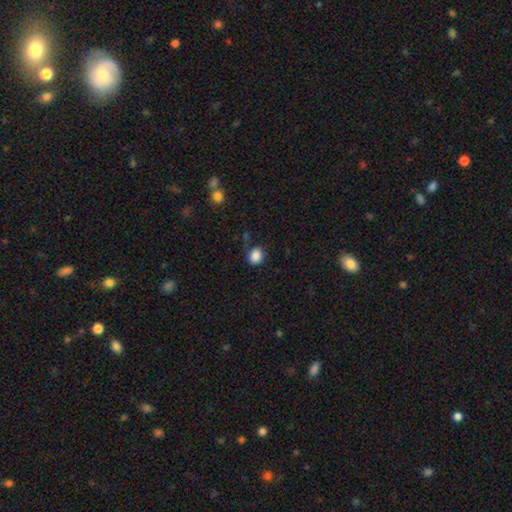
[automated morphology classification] A smooth galaxy with no disk features (87%) that is round (66%).

Vote fractions:
- Smooth or featured? smooth: 87% / star or artifact: 10% / featured or disk: 3%
- How rounded? round: 66% / in between: 33% / cigar-shaped: 1%
- Merging? none: 78% / minor disturbance: 15% / major disturbance: 4% / merger: 3%